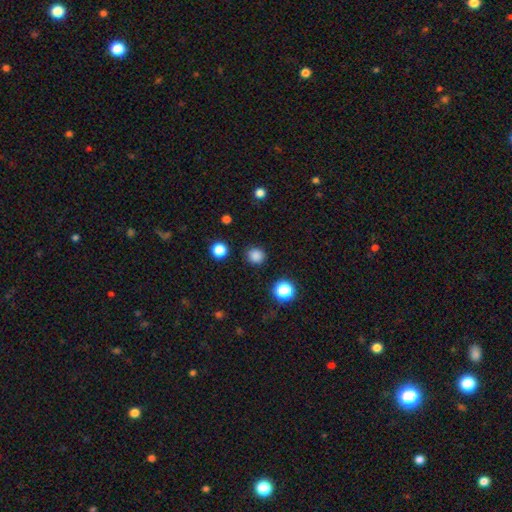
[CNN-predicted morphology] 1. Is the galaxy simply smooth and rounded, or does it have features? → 83% smooth, 14% star or artifact, 3% featured or disk.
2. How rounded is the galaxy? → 90% round, 9% in between, 1% cigar-shaped.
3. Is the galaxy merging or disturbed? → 89% none, 7% minor disturbance, 2% major disturbance, 2% merger.